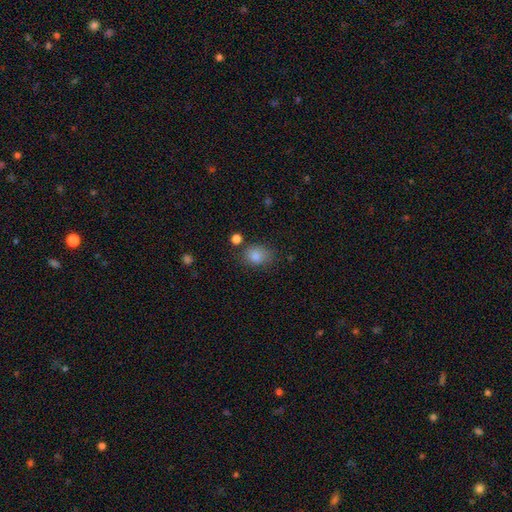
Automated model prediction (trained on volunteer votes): Smooth or featured? smooth (82%)
How rounded? in between (58%)
Merging? none (69%)